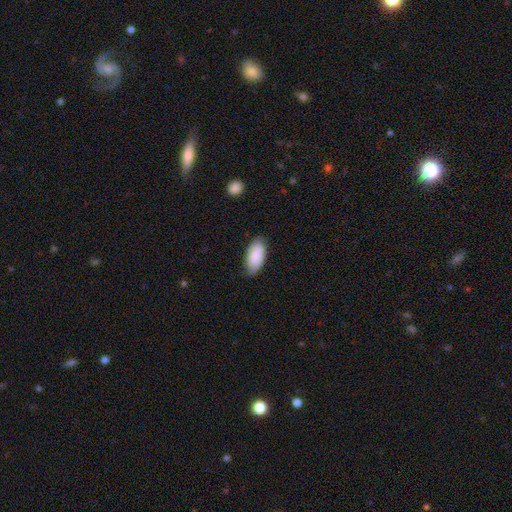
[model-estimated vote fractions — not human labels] Smooth or featured? Predicted: smooth (p=0.87). How rounded? Predicted: in between (p=0.94). Merging? Predicted: none (p=0.80).